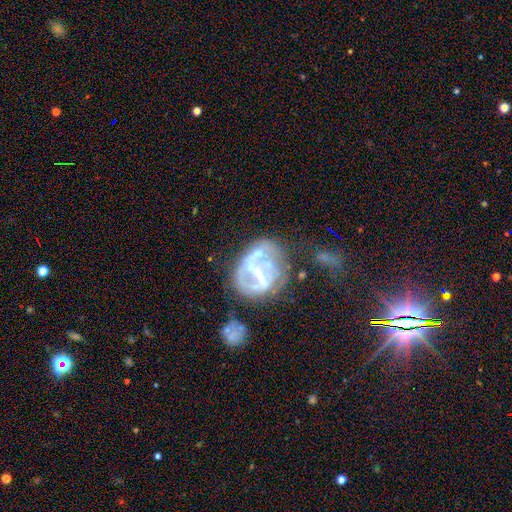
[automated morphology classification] A featured or disk galaxy (78%) with a weak bar (41%, tied with strong), spiral arms (66%) and a small central bulge (45%).

Vote fractions:
- Smooth or featured? featured or disk: 78% / smooth: 14% / star or artifact: 8%
- Edge-on disk? no: 97% / yes: 3%
- Bar? weak: 41% (tied) / strong: 41% (tied) / no: 18%
- Spiral arms? yes: 66% / no: 34%
- Bulge size? small: 45% / moderate: 37% / none: 14% / large: 3% / dominant: 1%
- Merging? none: 34% / major disturbance: 32% / minor disturbance: 21% / merger: 13%